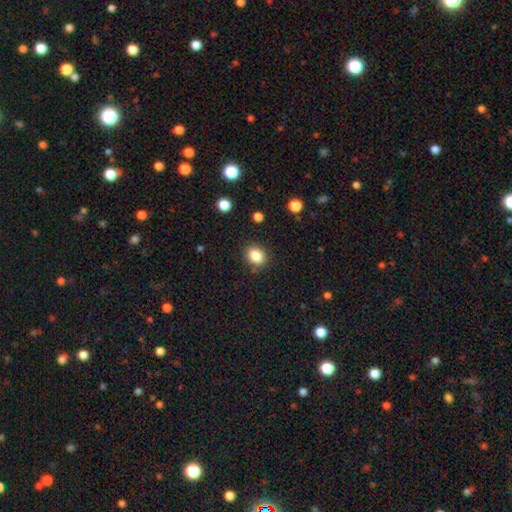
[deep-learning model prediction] smooth-or-featured: smooth: 85% | star or artifact: 10% | featured or disk: 5%
  how-rounded: round: 57% | in between: 42% | cigar-shaped: 1%
  merging: none: 86% | minor disturbance: 10% | major disturbance: 3% | merger: 2%